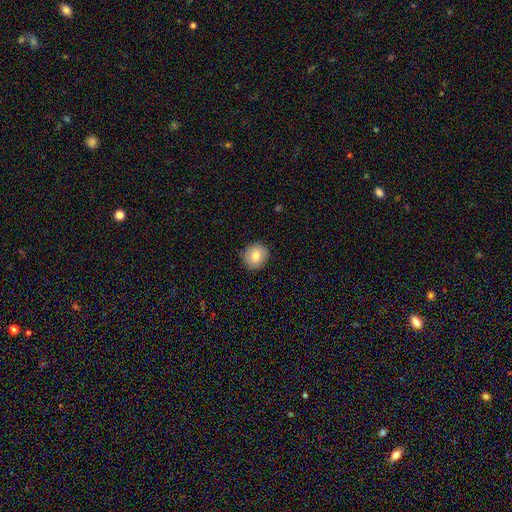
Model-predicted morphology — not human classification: The model was most divided on "smooth or featured": smooth: 80%, featured or disk: 12%, star or artifact: 8%. More confident: merging — none (91%); how rounded — round (87%).